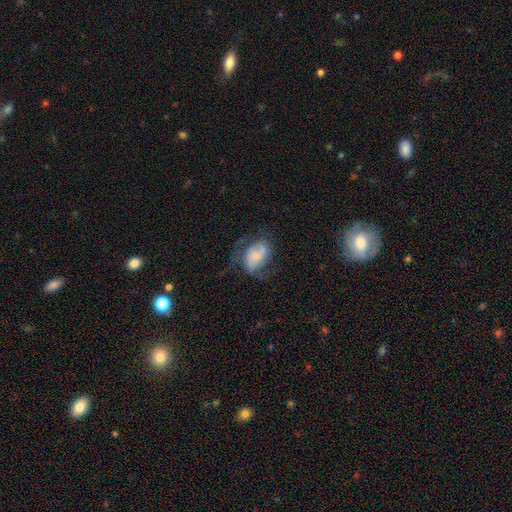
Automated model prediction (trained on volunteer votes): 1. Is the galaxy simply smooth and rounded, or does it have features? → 57% featured or disk, 35% smooth, 8% star or artifact.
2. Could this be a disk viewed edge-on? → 97% no, 3% yes.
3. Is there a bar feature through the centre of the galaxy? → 59% no, 31% weak, 10% strong.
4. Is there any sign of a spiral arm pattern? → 78% yes, 22% no.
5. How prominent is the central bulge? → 53% small, 31% moderate, 7% none, 6% large, 2% dominant.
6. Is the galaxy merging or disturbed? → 43% none, 30% major disturbance, 25% minor disturbance, 2% merger.